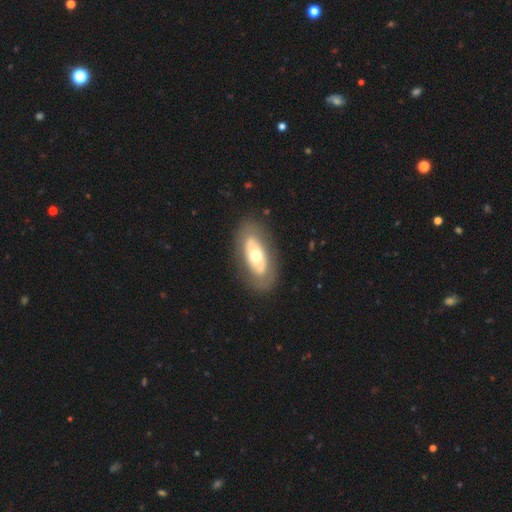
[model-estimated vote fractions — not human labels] Smooth or featured? Predicted: featured or disk (p=0.56). Edge-on disk? Predicted: no (p=0.89). Merging? Predicted: none (p=0.82).